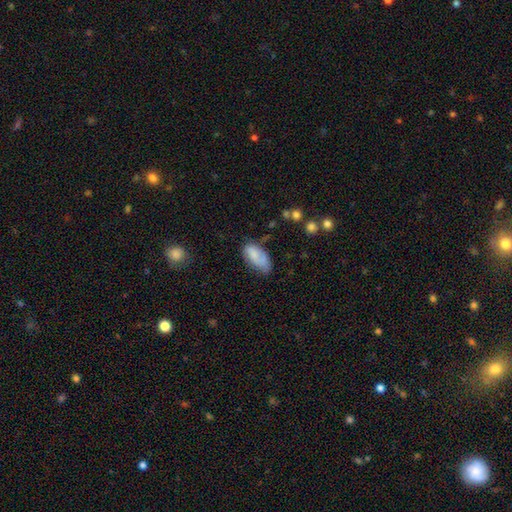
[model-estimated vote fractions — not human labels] Smooth or featured?
  - smooth: 76% *
  - featured or disk: 17%
  - star or artifact: 7%
How rounded?
  - in between: 91% *
  - cigar-shaped: 6%
  - round: 3%
Merging?
  - none: 51% *
  - minor disturbance: 34%
  - major disturbance: 11%
  - merger: 4%